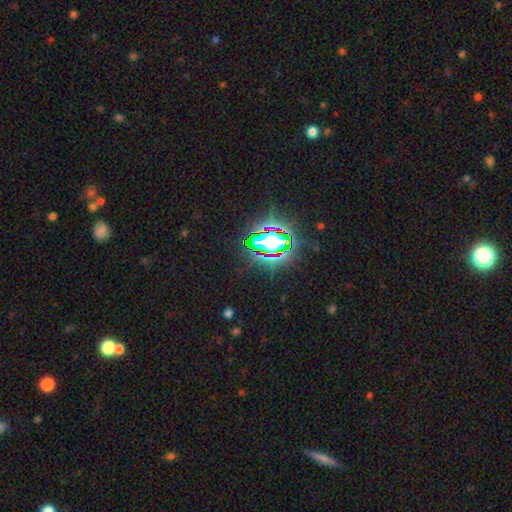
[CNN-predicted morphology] star or artifact 79%, smooth 12%, featured or disk 9%.